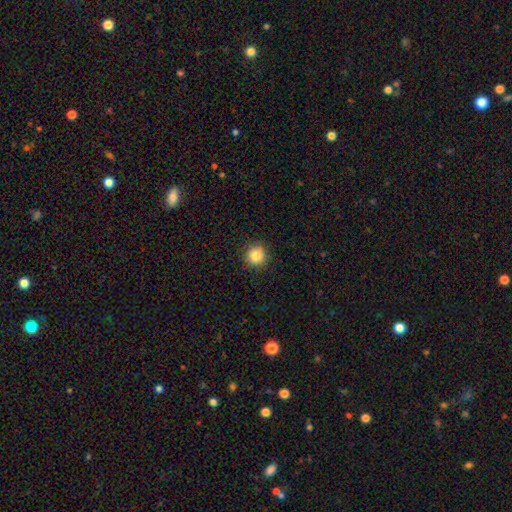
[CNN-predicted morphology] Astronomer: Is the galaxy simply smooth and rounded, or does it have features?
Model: smooth — 84%.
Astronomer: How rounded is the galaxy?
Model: round — 93%.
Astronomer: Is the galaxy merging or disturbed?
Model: none — 89%.